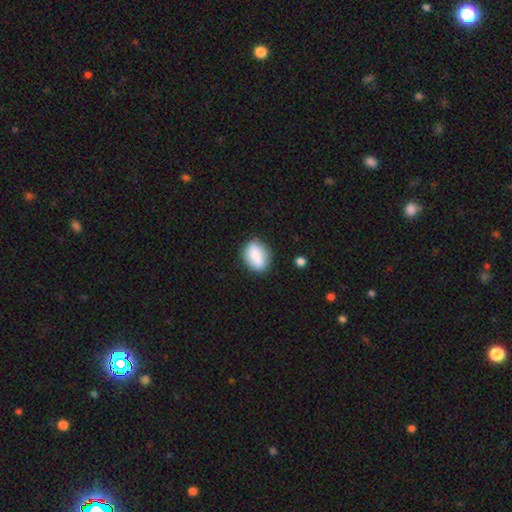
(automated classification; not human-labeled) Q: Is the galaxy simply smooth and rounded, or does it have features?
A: smooth — 82%.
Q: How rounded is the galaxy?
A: in between — 76%.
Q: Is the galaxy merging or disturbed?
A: none — 81%.